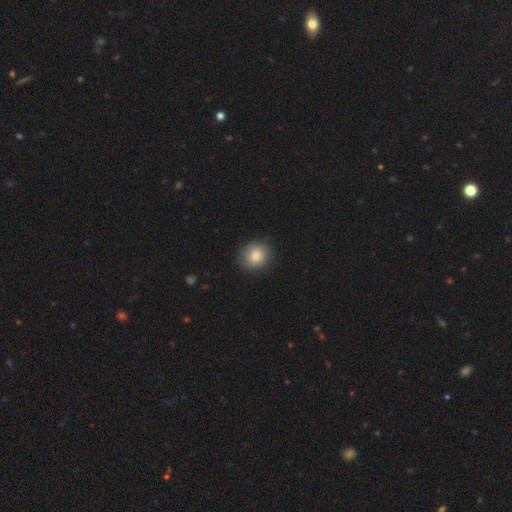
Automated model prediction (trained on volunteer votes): Smooth or featured?
  - smooth: 81% *
  - featured or disk: 11%
  - star or artifact: 8%
How rounded?
  - round: 85% *
  - in between: 14%
  - cigar-shaped: 1%
Merging?
  - none: 83% *
  - minor disturbance: 13%
  - major disturbance: 3%
  - merger: 1%